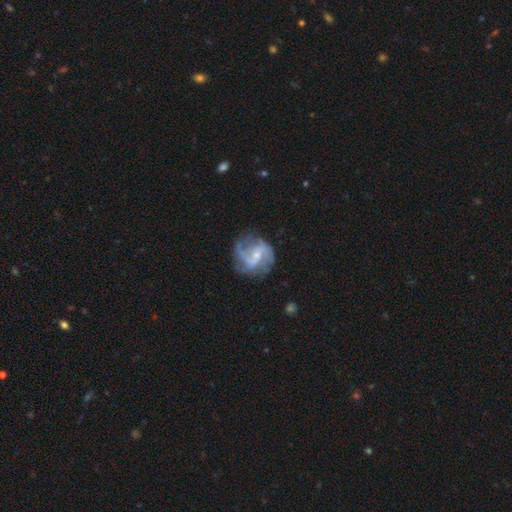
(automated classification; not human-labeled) Smooth or featured? Predicted: featured or disk (p=0.79). Edge-on disk? Predicted: no (p=0.98). Bar? Predicted: weak (p=0.49). Spiral arms? Predicted: yes (p=0.90). Spiral winding? Predicted: medium (p=0.42, tied with loose). Spiral arm count? Predicted: 2 (p=0.61). Bulge size? Predicted: small (p=0.58). Merging? Predicted: none (p=0.61).